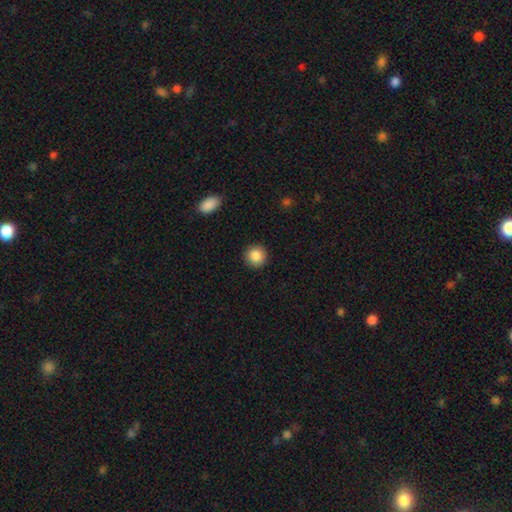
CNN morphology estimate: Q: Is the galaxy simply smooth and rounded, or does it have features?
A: smooth — 88%.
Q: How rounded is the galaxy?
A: round — 93%.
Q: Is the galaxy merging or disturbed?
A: none — 91%.